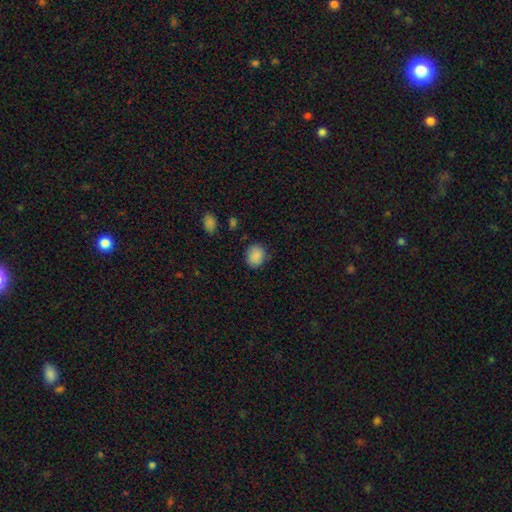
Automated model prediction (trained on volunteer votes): The model was most divided on "how rounded": round: 68%, in between: 31%, cigar-shaped: 1%. More confident: smooth or featured — smooth (87%); merging — none (80%).